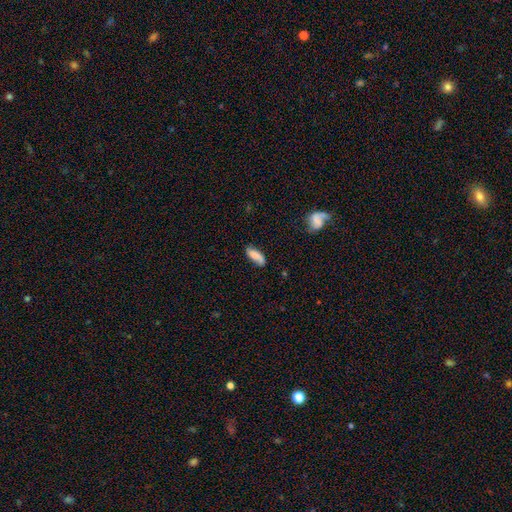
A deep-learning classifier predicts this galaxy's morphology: Q: Smooth or featured?
A: smooth (76%); runner-up: featured or disk (16%)
Q: How rounded?
A: in between (72%); runner-up: cigar-shaped (26%)
Q: Merging?
A: none (64%); runner-up: minor disturbance (26%)